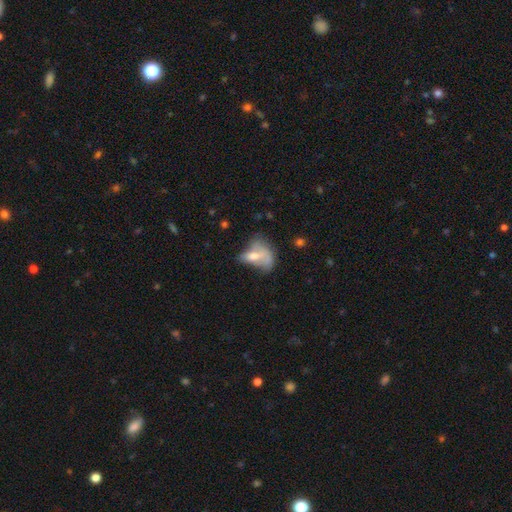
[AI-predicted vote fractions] A smooth galaxy with no disk features (59%) that is in between round and cigar-shaped (84%).

Vote fractions:
- Smooth or featured? smooth: 59% / featured or disk: 31% / star or artifact: 10%
- How rounded? in between: 84% / round: 12% / cigar-shaped: 4%
- Merging? major disturbance: 36% / minor disturbance: 22% / merger: 21% / none: 20%